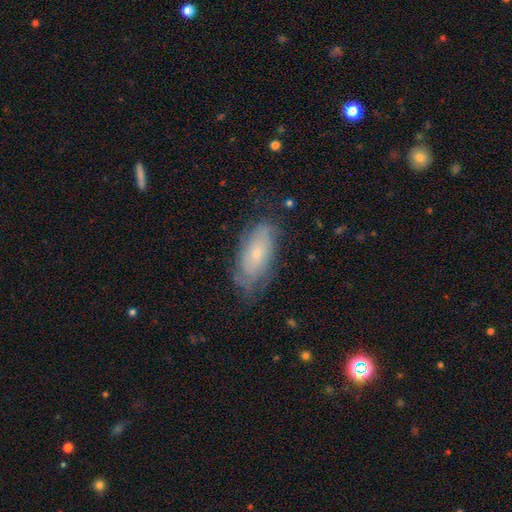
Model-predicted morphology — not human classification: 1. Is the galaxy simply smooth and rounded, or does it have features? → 53% featured or disk, 39% smooth, 8% star or artifact.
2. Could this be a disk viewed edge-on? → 89% no, 11% yes.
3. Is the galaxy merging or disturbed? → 63% none, 26% minor disturbance, 10% major disturbance, 2% merger.